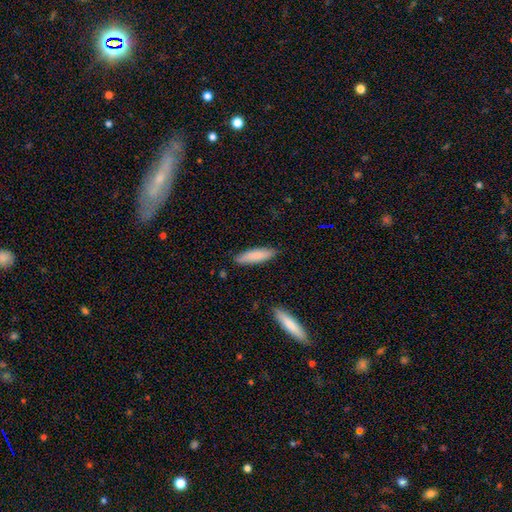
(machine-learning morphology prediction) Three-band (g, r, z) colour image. It shows a smooth galaxy with no disk features (82%) that is cigar-shaped (65%). Merging: none (85%).